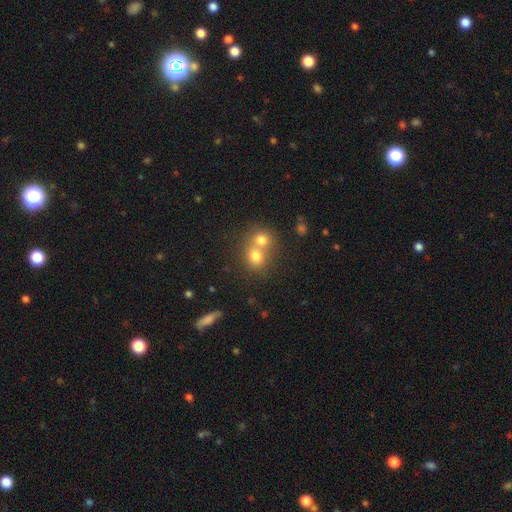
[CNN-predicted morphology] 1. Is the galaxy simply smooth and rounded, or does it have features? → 73% smooth, 14% featured or disk, 12% star or artifact.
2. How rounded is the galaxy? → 68% round, 31% in between, 1% cigar-shaped.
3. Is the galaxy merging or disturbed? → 61% merger, 30% none, 6% minor disturbance, 3% major disturbance.